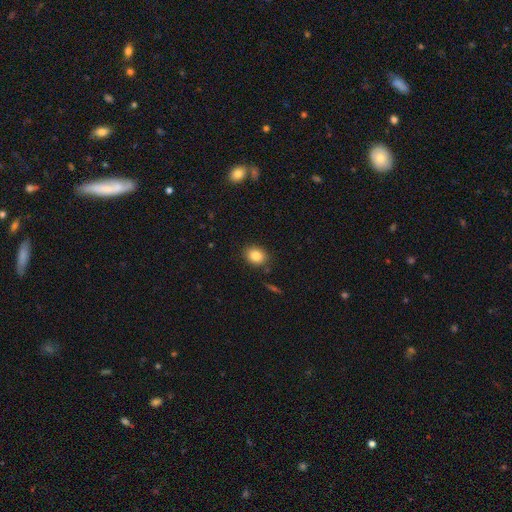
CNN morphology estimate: A smooth galaxy with no disk features (85%) that is in between round and cigar-shaped (56%).

Vote fractions:
- Smooth or featured? smooth: 85% / star or artifact: 9% / featured or disk: 6%
- How rounded? in between: 56% / round: 43% / cigar-shaped: 1%
- Merging? none: 86% / minor disturbance: 9% / major disturbance: 2% / merger: 2%